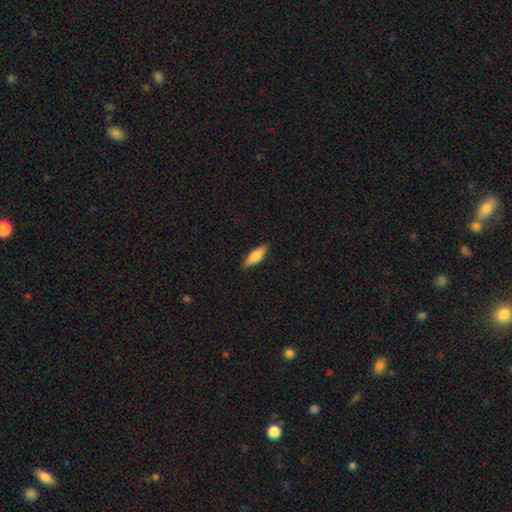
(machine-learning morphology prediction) smooth 72%, featured or disk 21%, star or artifact 6%. Down the decision tree: how rounded — in between (52%); merging — none (86%).